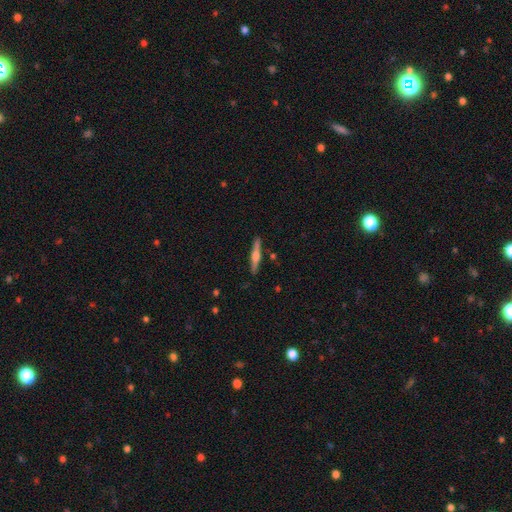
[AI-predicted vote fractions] Morphology: type=featured or disk (63%); edge-on=yes (98%); edge-on bulge=rounded (85%); merging=none (89%).